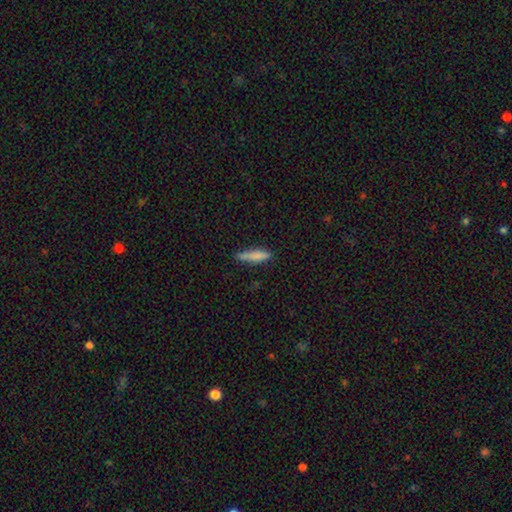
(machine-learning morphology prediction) Smooth or featured? smooth (79%)
How rounded? cigar-shaped (78%)
Merging? none (70%)